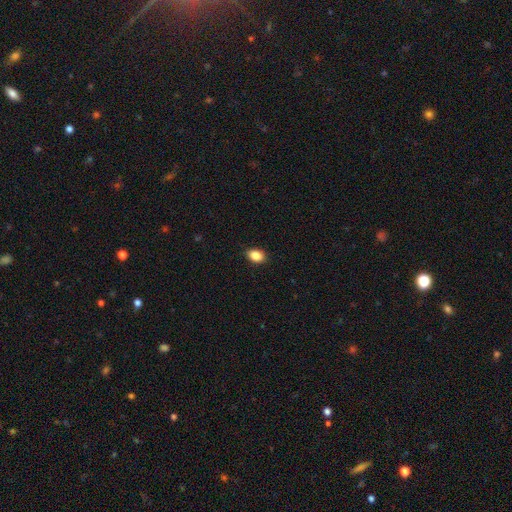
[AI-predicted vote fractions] This appears to be a smooth galaxy with no disk features (87%) that is in between round and cigar-shaped (78%). Merging: none (88%).